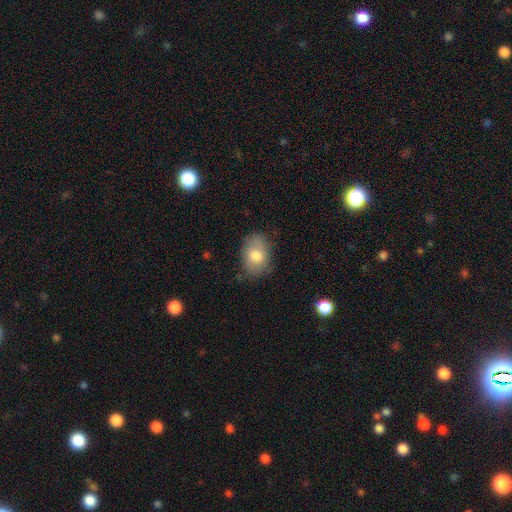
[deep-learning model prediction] A smooth galaxy with no disk features (77%) that is in between round and cigar-shaped (77%).

Vote fractions:
- Smooth or featured? smooth: 77% / featured or disk: 15% / star or artifact: 8%
- How rounded? in between: 77% / round: 22% / cigar-shaped: 1%
- Merging? none: 75% / minor disturbance: 19% / major disturbance: 4% / merger: 2%